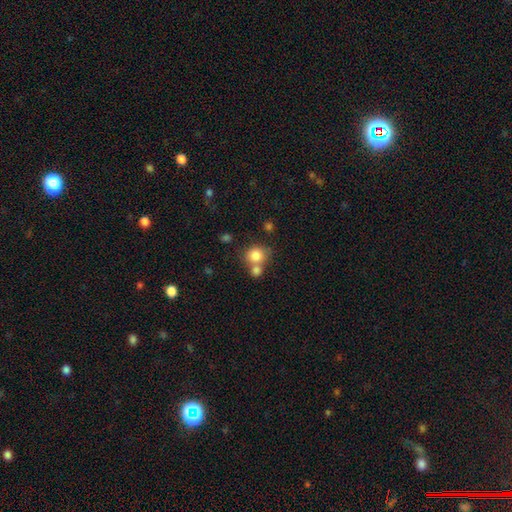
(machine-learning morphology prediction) Smooth or featured: smooth — 82% (star or artifact — 10%)
How rounded: round — 82% (in between — 18%)
Merging: none — 48% (merger — 40%)